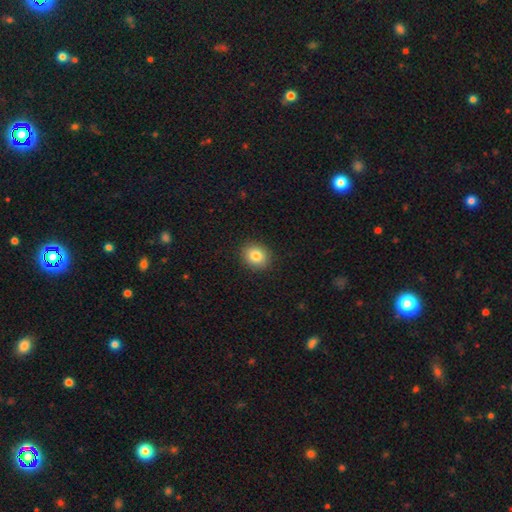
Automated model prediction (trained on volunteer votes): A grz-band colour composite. It shows a smooth galaxy with no disk features (83%) that is round (68%). Merging: none (90%).